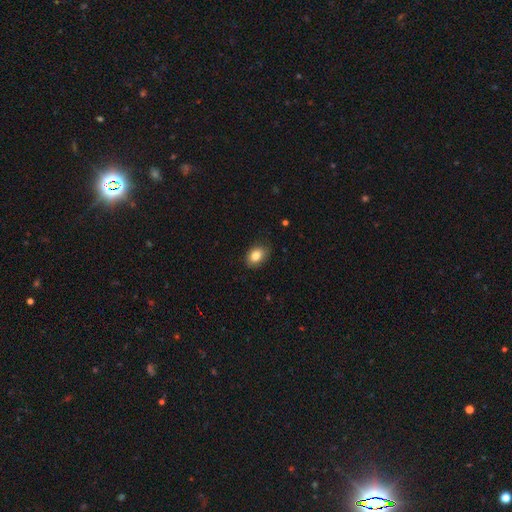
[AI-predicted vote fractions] smooth 84%, star or artifact 8%, featured or disk 8%. Down the decision tree: how rounded — in between (77%); merging — none (82%).